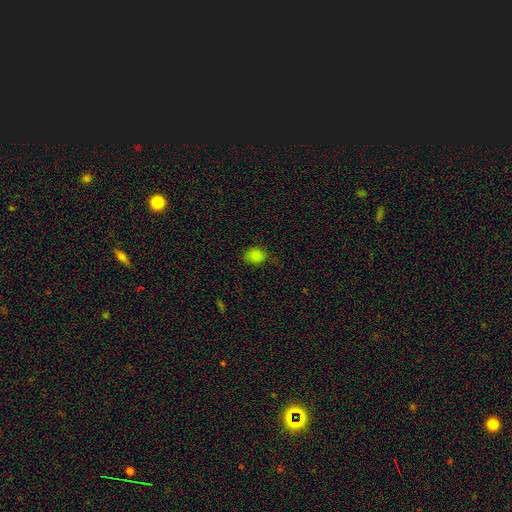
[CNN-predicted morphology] This appears to be a smooth galaxy with no disk features (82%) that is round (59%). Merging: none (70%).